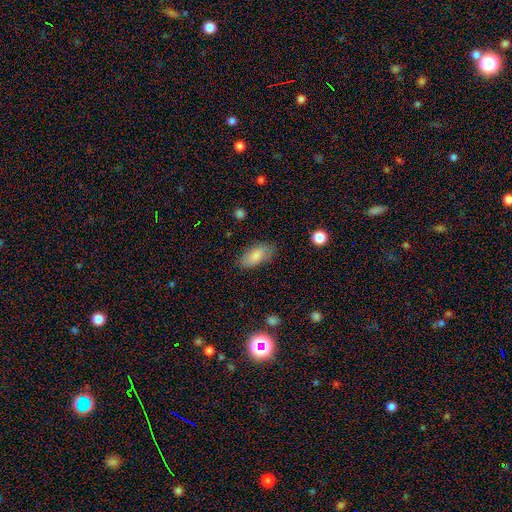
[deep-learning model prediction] Smooth or featured? smooth (82%)
How rounded? in between (91%)
Merging? none (79%)